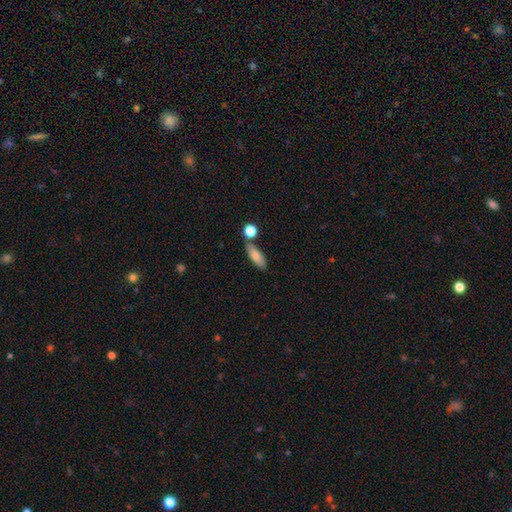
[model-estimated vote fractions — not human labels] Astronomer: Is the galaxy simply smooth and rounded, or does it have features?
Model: smooth — 76%.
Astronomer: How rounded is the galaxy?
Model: in between — 69%.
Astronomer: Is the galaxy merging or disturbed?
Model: none — 70%.